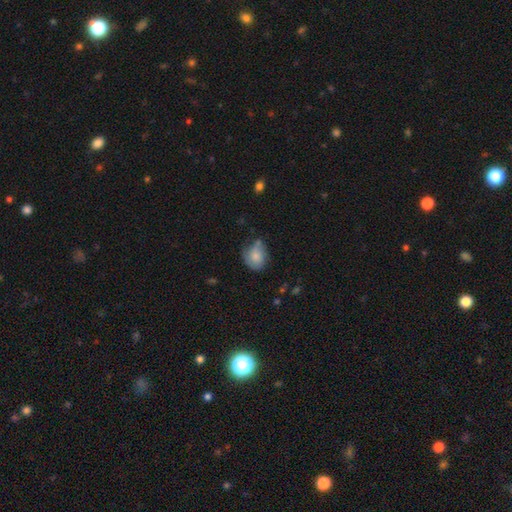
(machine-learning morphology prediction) Overall: smooth (72%). How rounded: in between (53%; round 45%). Merging: none (44%; minor disturbance 37%).